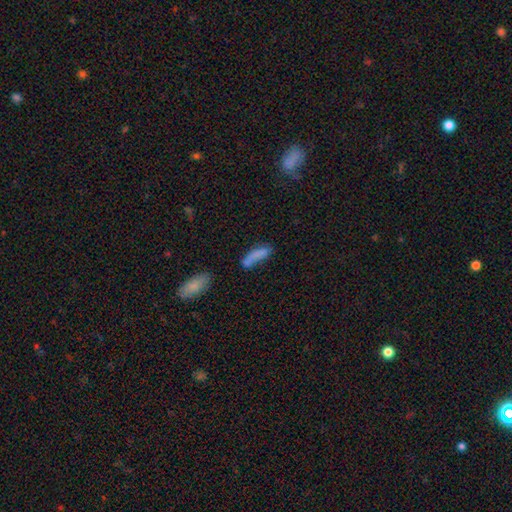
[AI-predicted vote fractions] This is likely a smooth galaxy (73%). How rounded: possibly cigar-shaped (56%). Merging: marginally none (42%).